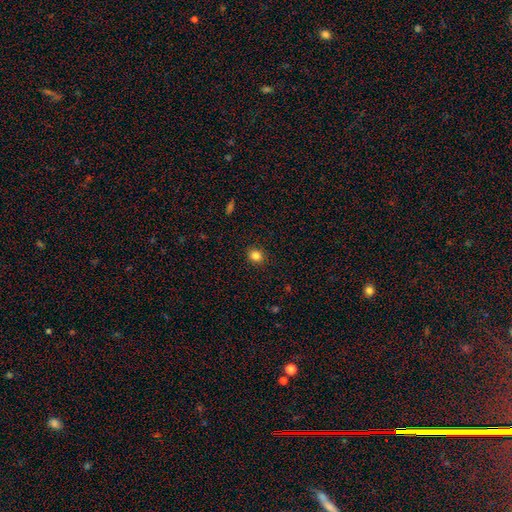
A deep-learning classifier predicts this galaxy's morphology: A smooth galaxy with no disk features (84%) that is round (78%). Merging: none (91%).